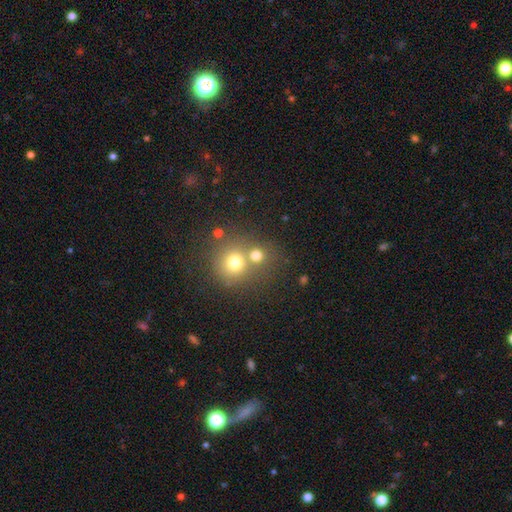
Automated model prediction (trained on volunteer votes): Smooth or featured?
  - smooth: 71% *
  - star or artifact: 17%
  - featured or disk: 11%
How rounded?
  - round: 86% *
  - in between: 13%
  - cigar-shaped: 1%
Merging?
  - none: 52% *
  - merger: 38%
  - minor disturbance: 7%
  - major disturbance: 4%